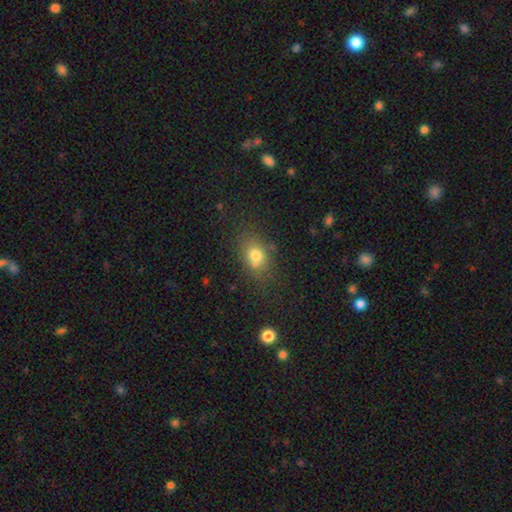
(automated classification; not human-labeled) Smooth or featured?
  - smooth: 72% *
  - featured or disk: 14%
  - star or artifact: 14%
How rounded?
  - in between: 63% *
  - round: 35%
  - cigar-shaped: 2%
Merging?
  - none: 63% *
  - minor disturbance: 17%
  - merger: 13%
  - major disturbance: 7%